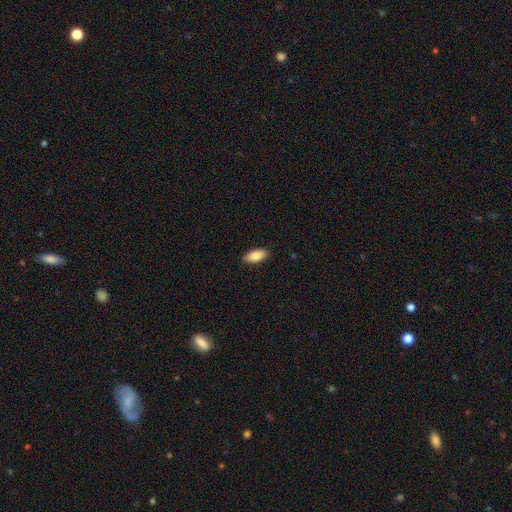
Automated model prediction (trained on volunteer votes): Morphology: type=smooth (85%); roundness=in between (90%); merging=none (89%).